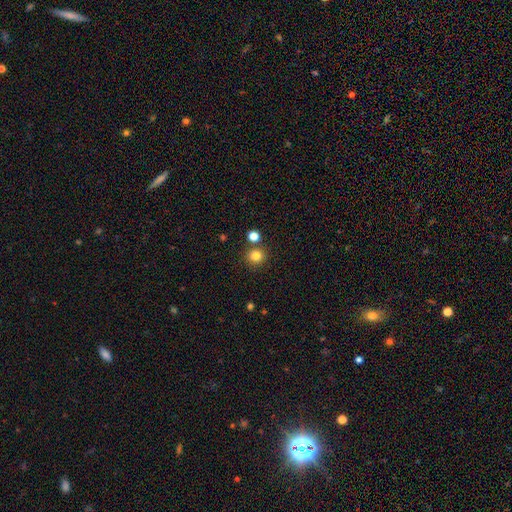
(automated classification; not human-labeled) A smooth galaxy with no disk features (82%) that is round (88%).

Vote fractions:
- Smooth or featured? smooth: 82% / star or artifact: 13% / featured or disk: 5%
- How rounded? round: 88% / in between: 11% / cigar-shaped: 1%
- Merging? none: 81% / merger: 9% / minor disturbance: 7% / major disturbance: 3%